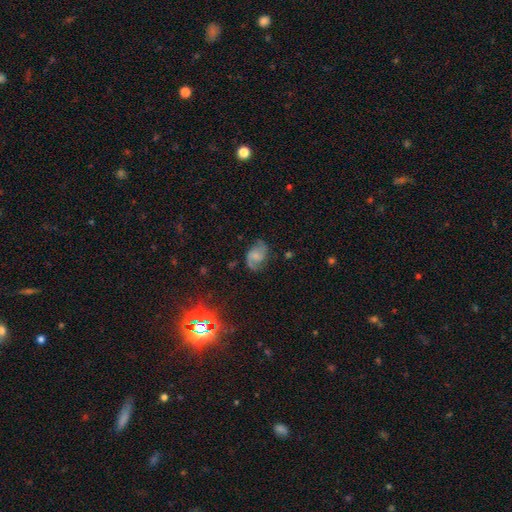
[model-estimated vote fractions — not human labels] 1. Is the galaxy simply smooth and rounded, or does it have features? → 64% featured or disk, 26% smooth, 10% star or artifact.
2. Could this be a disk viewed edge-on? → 97% no, 3% yes.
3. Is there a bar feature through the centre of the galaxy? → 53% no, 40% weak, 8% strong.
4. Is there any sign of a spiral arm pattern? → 93% yes, 7% no.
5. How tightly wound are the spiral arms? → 46% medium, 38% loose, 16% tight.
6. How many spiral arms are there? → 85% 2, 6% can't tell, 6% 1, 1% 3, 1% 4, 1% more than 4.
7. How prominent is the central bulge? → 37% none, 31% small, 23% moderate, 7% large, 2% dominant.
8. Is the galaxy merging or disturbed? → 68% none, 21% minor disturbance, 9% major disturbance, 2% merger.